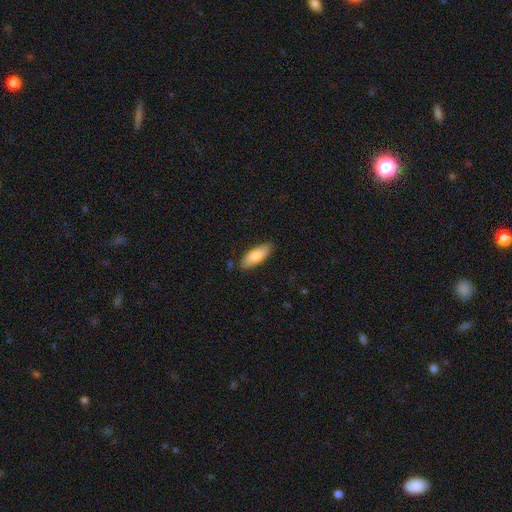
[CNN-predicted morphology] Smooth or featured? Predicted: smooth (p=0.82). How rounded? Predicted: in between (p=0.72). Merging? Predicted: none (p=0.85).